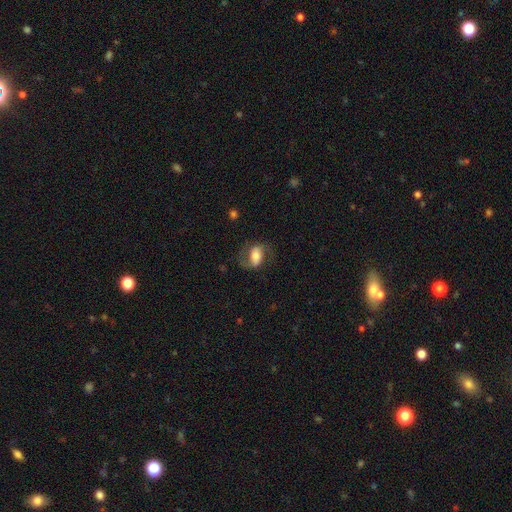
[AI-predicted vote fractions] Morphology: type=featured or disk (56%); edge-on=no (94%); bar=strong (37%); spiral arms=yes (82%); bulge=moderate (44%); merging=none (65%).